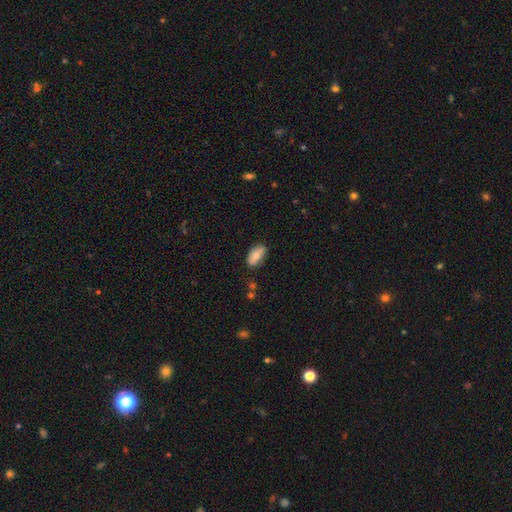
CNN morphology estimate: smooth-or-featured: smooth: 76% | featured or disk: 17% | star or artifact: 7%
  how-rounded: in between: 92% | cigar-shaped: 5% | round: 3%
  merging: none: 76% | minor disturbance: 19% | major disturbance: 3% | merger: 2%